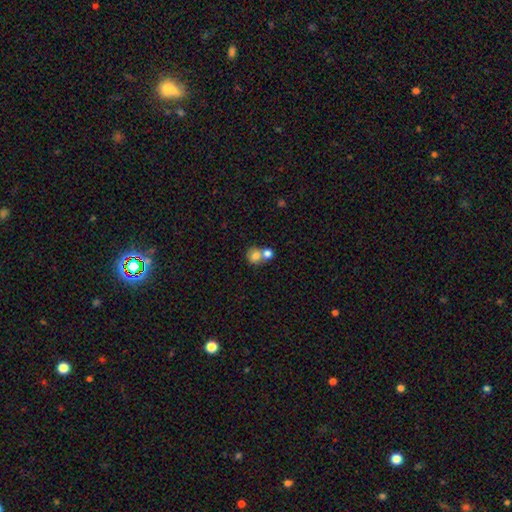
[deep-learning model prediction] A smooth galaxy with no disk features (78%) that is round (79%). Merging: merger (58%).